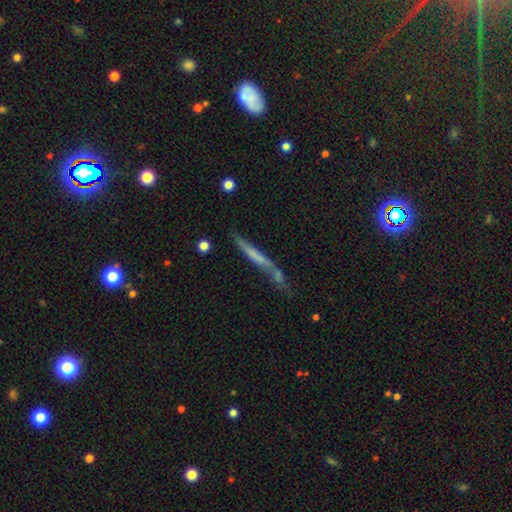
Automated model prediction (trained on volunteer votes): Smooth or featured? smooth (48%)
Merging? none (51%)